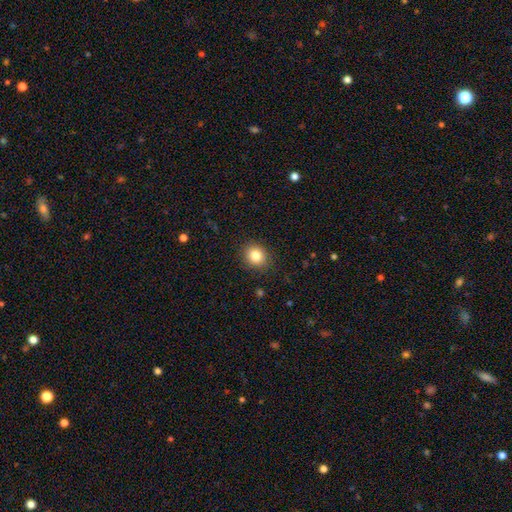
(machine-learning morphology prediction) Smooth or featured? smooth (82%)
How rounded? round (74%)
Merging? none (88%)